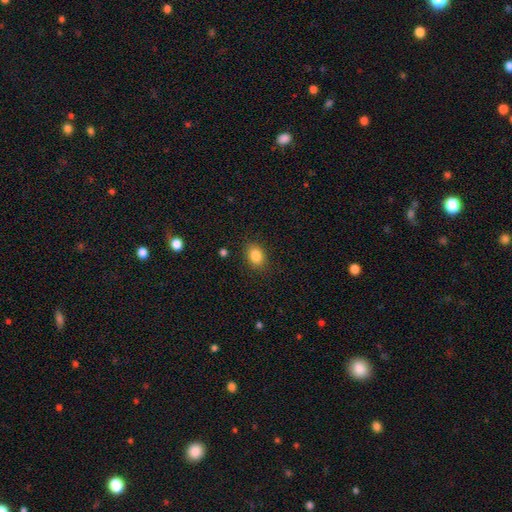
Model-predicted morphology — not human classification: The model was most divided on "how rounded": in between: 69%, round: 30%, cigar-shaped: 1%. More confident: merging — none (86%); smooth or featured — smooth (85%).